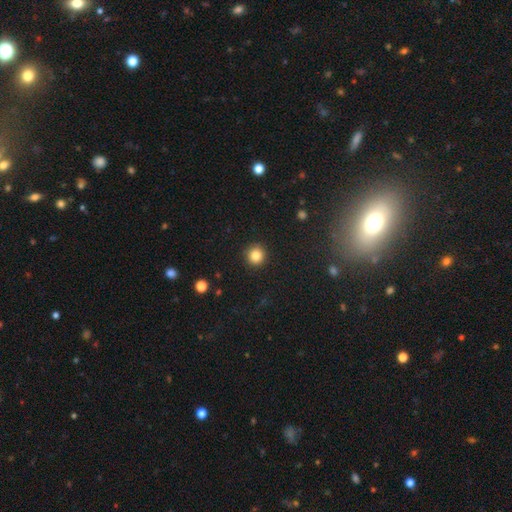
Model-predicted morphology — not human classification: type=smooth (84%); roundness=round (94%); merging=none (92%).